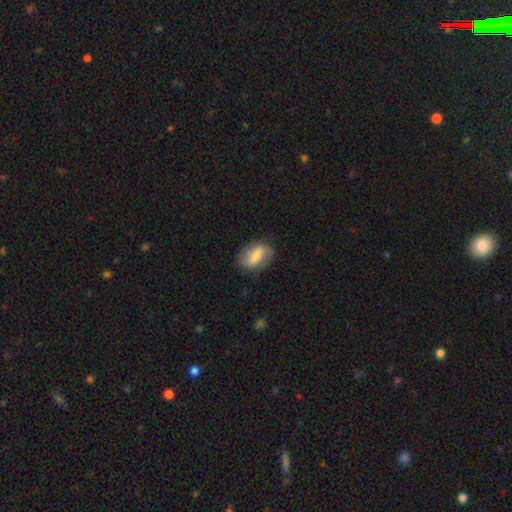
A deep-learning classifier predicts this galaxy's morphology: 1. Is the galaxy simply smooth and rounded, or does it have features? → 51% smooth, 42% featured or disk, 7% star or artifact.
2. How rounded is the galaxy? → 84% in between, 12% round, 4% cigar-shaped.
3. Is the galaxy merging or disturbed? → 77% none, 16% minor disturbance, 5% major disturbance, 1% merger.